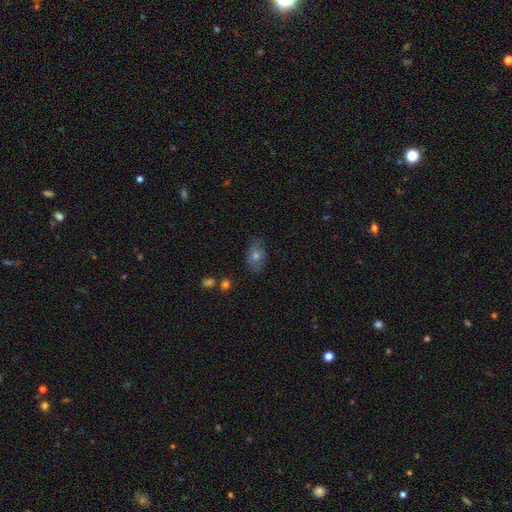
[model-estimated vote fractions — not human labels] smooth 62%, featured or disk 24%, star or artifact 14%. Down the decision tree: how rounded — in between (82%); merging — none (83%).